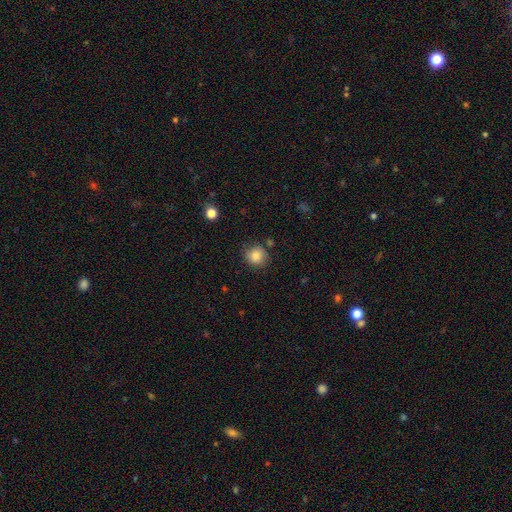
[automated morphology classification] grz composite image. It shows a smooth galaxy with no disk features (85%) that is round (86%). Merging: none (81%).